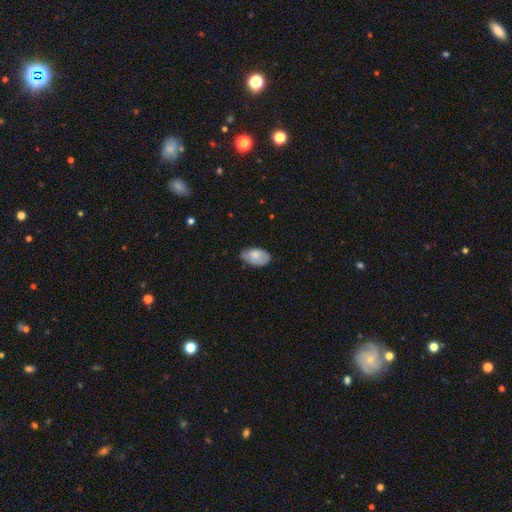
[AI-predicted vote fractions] smooth-or-featured: smooth: 72% | featured or disk: 22% | star or artifact: 6%
  how-rounded: in between: 94% | round: 5% | cigar-shaped: 2%
  merging: none: 62% | minor disturbance: 32% | major disturbance: 5% | merger: 1%